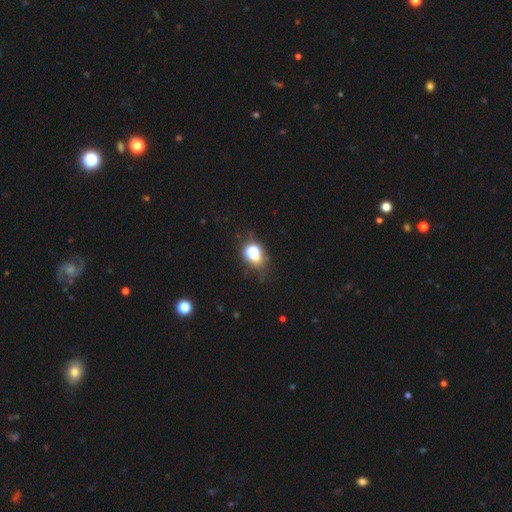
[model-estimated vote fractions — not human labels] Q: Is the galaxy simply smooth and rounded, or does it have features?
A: smooth — 56%.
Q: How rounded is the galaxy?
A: round — 51%.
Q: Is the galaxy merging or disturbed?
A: none — 59%.